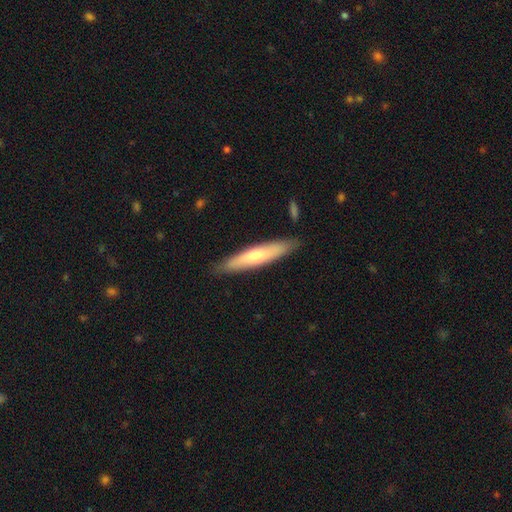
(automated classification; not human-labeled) Smooth or featured?
  - smooth: 52% *
  - featured or disk: 42%
  - star or artifact: 6%
How rounded?
  - cigar-shaped: 87% *
  - in between: 12%
  - round: 1%
Merging?
  - none: 88% *
  - minor disturbance: 9%
  - major disturbance: 2%
  - merger: 1%